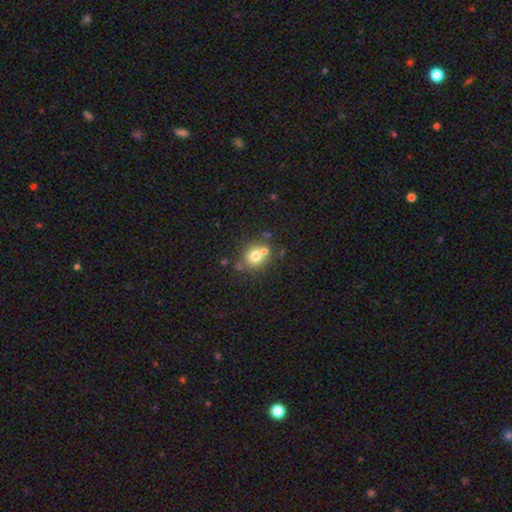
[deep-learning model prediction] A smooth galaxy with no disk features (72%) that is round (81%).

Vote fractions:
- Smooth or featured? smooth: 72% / featured or disk: 14% / star or artifact: 13%
- How rounded? round: 81% / in between: 18% / cigar-shaped: 1%
- Merging? none: 62% / merger: 24% / minor disturbance: 11% / major disturbance: 4%